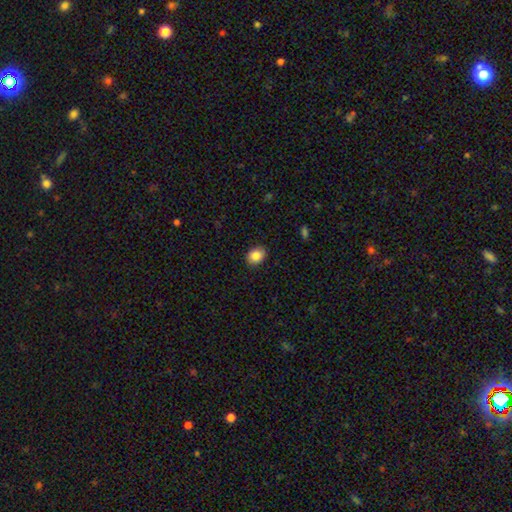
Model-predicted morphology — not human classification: smooth 86%, star or artifact 8%, featured or disk 5%. Down the decision tree: how rounded — in between (54%); merging — none (89%).